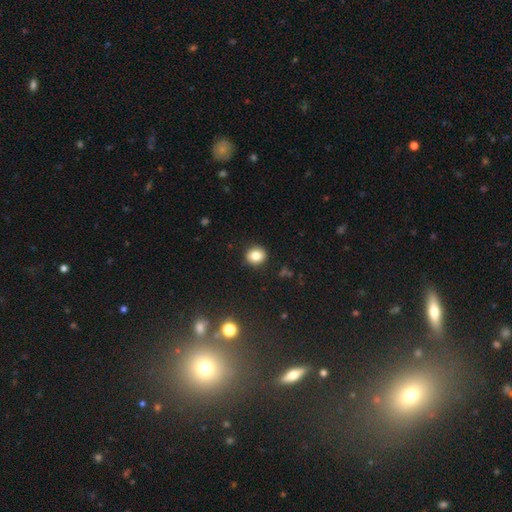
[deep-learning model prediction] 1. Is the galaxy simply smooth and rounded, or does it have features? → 83% smooth, 11% star or artifact, 7% featured or disk.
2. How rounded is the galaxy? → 78% round, 21% in between, 1% cigar-shaped.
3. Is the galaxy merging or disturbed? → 91% none, 6% minor disturbance, 2% major disturbance, 1% merger.